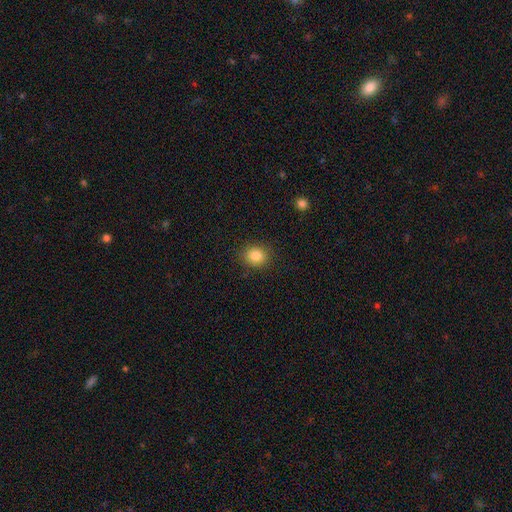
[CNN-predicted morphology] Q: Smooth or featured?
A: smooth (84%); runner-up: star or artifact (11%)
Q: How rounded?
A: round (74%); runner-up: in between (25%)
Q: Merging?
A: none (89%); runner-up: minor disturbance (7%)